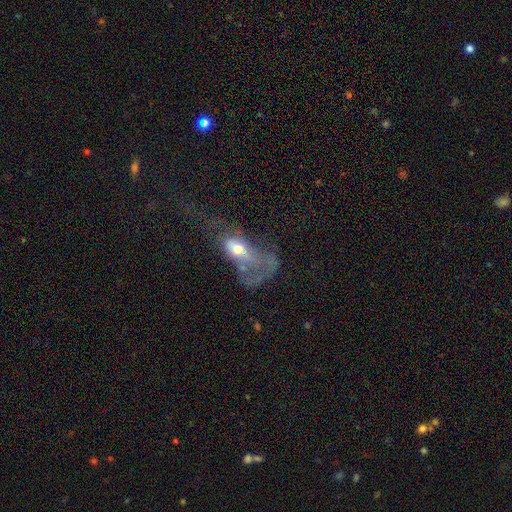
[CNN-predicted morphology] featured or disk 52%, smooth 32%, star or artifact 16%. Down the decision tree: edge-on disk — no (83%); merging — major disturbance (65%).